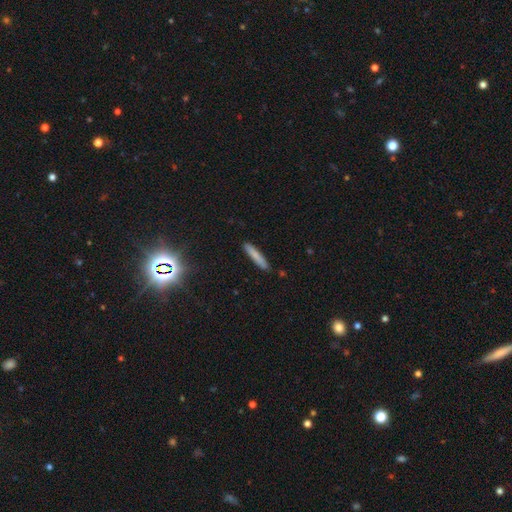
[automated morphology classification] Q: Smooth or featured?
A: smooth (80%); runner-up: featured or disk (13%)
Q: How rounded?
A: cigar-shaped (93%); runner-up: in between (6%)
Q: Merging?
A: none (89%); runner-up: minor disturbance (8%)